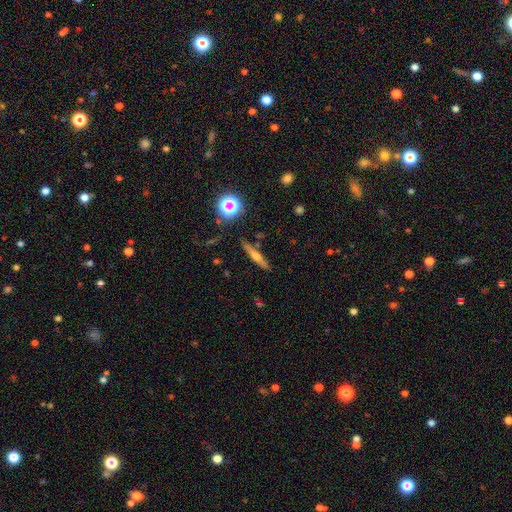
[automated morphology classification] smooth_or_featured: featured or disk (p=0.52) [alt: smooth p=0.39]
disk_edge_on: yes (p=0.94) [alt: no p=0.06]
merging: none (p=0.85) [alt: minor disturbance p=0.10]